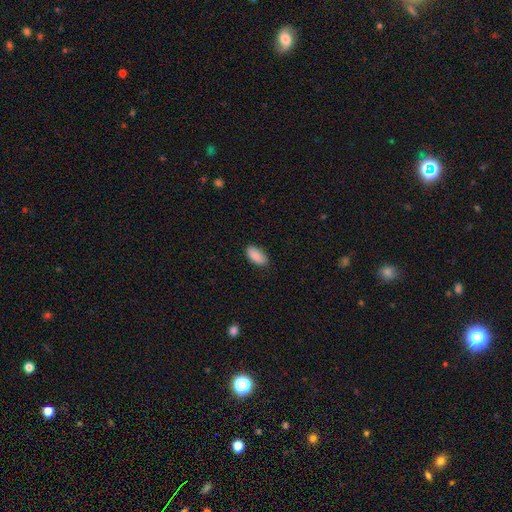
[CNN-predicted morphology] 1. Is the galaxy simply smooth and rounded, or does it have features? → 89% smooth, 6% star or artifact, 4% featured or disk.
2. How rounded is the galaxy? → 92% in between, 6% cigar-shaped, 2% round.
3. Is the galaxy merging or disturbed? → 87% none, 10% minor disturbance, 2% major disturbance, 1% merger.